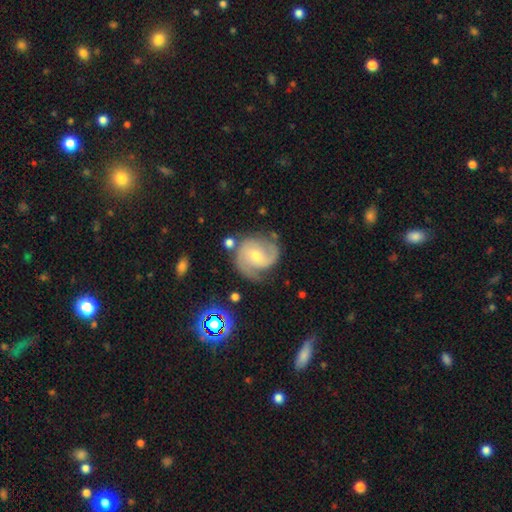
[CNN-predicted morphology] Smooth or featured: featured or disk — 80% (smooth — 12%)
Edge-on disk: no — 98% (yes — 2%)
Bar: no — 46% (weak — 43%)
Spiral arms: yes — 95% (no — 5%)
Spiral winding: medium — 45% (tight — 39%)
Spiral arm count: 2 — 70% (1 — 11%)
Bulge size: moderate — 56% (small — 39%)
Merging: none — 65% (minor disturbance — 21%)